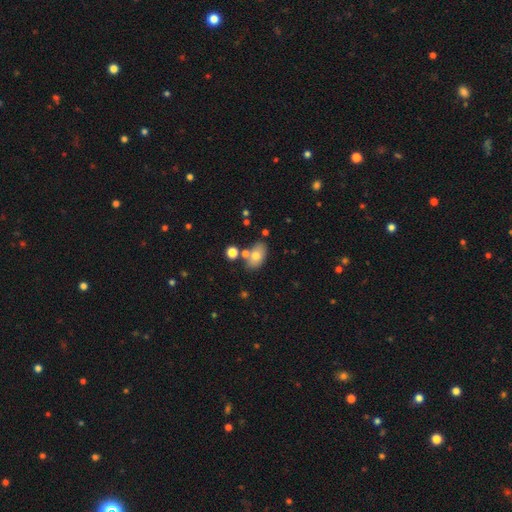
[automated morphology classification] This appears to be a smooth galaxy with no disk features (72%) that is in between round and cigar-shaped (87%). Merging: none (66%).